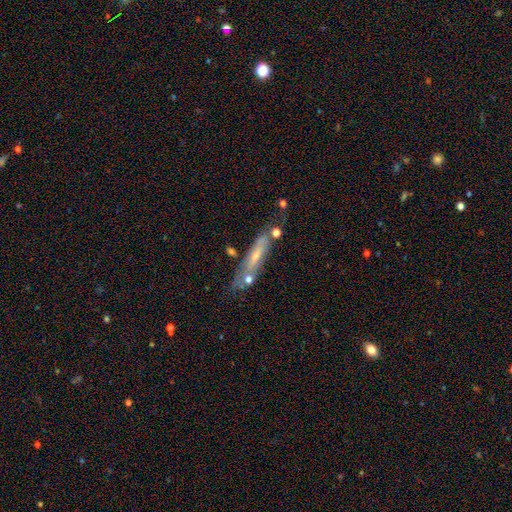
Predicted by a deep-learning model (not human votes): A featured or disk galaxy (57%) viewed edge-on (60%). Merging: none (64%).